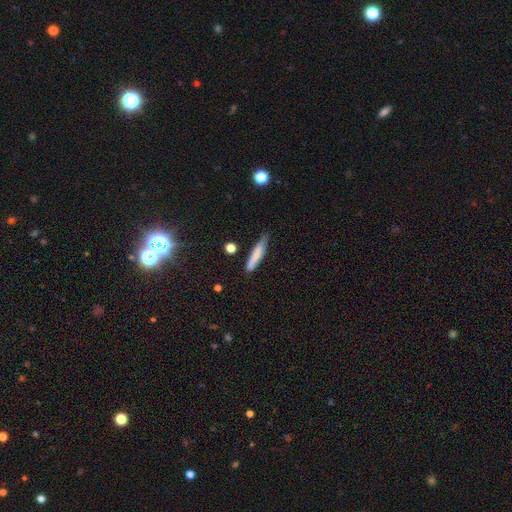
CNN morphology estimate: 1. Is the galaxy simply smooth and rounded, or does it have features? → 74% smooth, 19% featured or disk, 7% star or artifact.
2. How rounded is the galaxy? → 87% cigar-shaped, 11% in between, 2% round.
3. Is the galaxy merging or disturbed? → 68% none, 24% minor disturbance, 4% major disturbance, 3% merger.